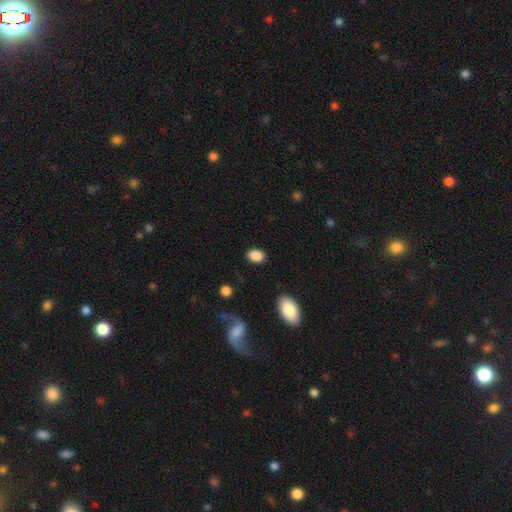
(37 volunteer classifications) Smooth or featured? smooth (89%)
How rounded? in between (79%)
Merging? none (89%)